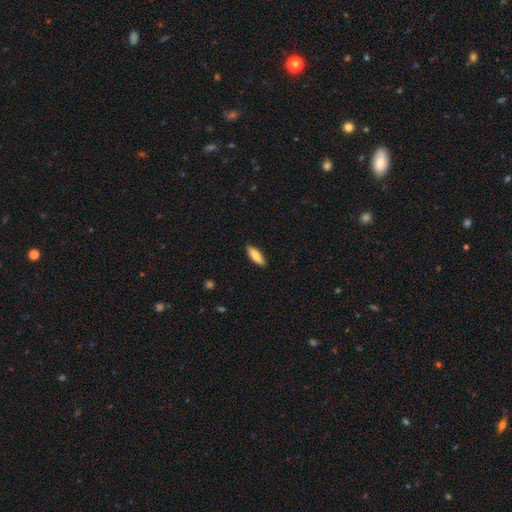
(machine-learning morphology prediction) Overall: smooth (80%). How rounded: in between (52%; cigar-shaped 46%). Merging: none (89%).